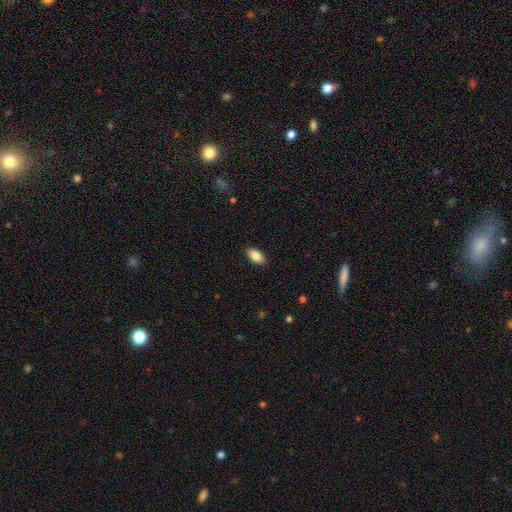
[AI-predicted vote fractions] This is clearly a smooth galaxy (88%). How rounded: clearly in between (93%). Merging: clearly none (89%).